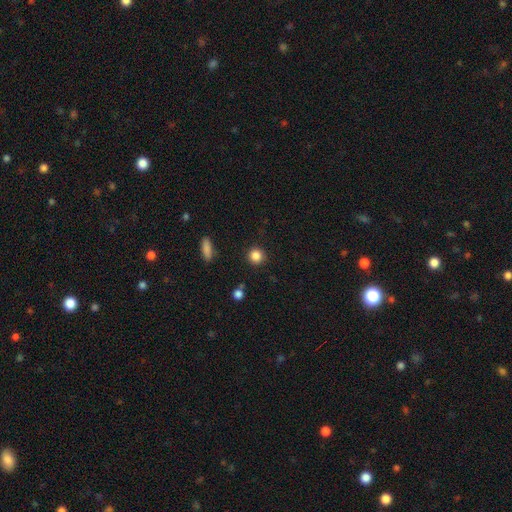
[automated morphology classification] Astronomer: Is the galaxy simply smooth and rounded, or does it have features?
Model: smooth — 85%.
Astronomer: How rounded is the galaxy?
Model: round — 91%.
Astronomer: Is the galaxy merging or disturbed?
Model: none — 89%.